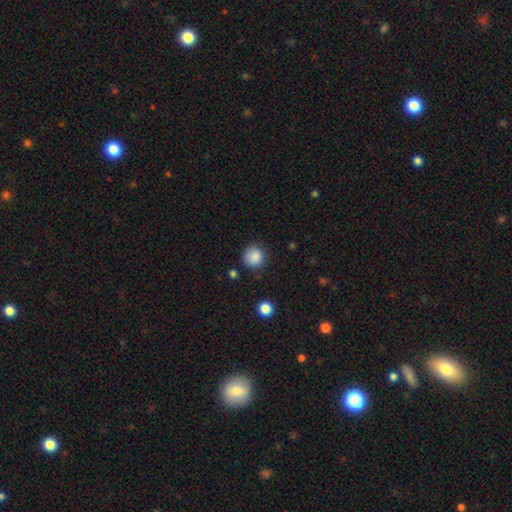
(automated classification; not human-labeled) Morphology: type=smooth (87%); roundness=round (90%); merging=none (80%).